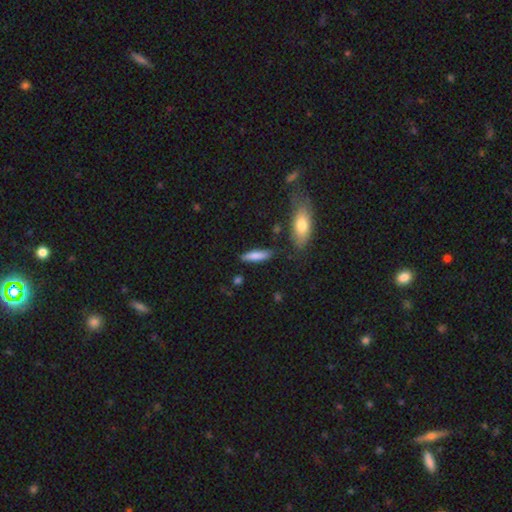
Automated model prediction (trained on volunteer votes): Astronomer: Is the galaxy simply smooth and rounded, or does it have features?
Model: smooth — 78%.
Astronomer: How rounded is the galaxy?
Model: cigar-shaped — 69%.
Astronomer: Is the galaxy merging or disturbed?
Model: none — 80%.